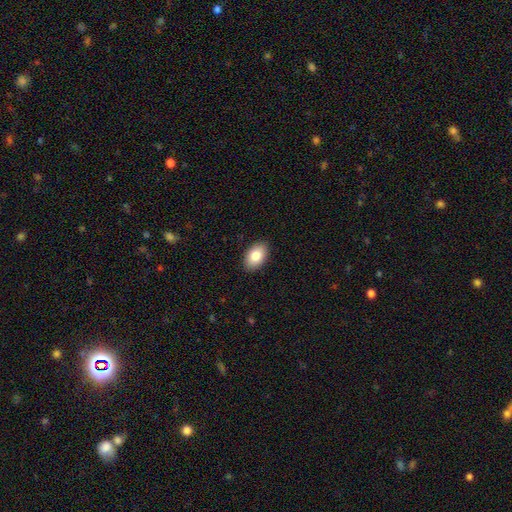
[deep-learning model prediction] smooth_or_featured: smooth (p=0.83) [alt: featured or disk p=0.10]
how_rounded: in between (p=0.92) [alt: round p=0.07]
merging: none (p=0.90) [alt: minor disturbance p=0.08]